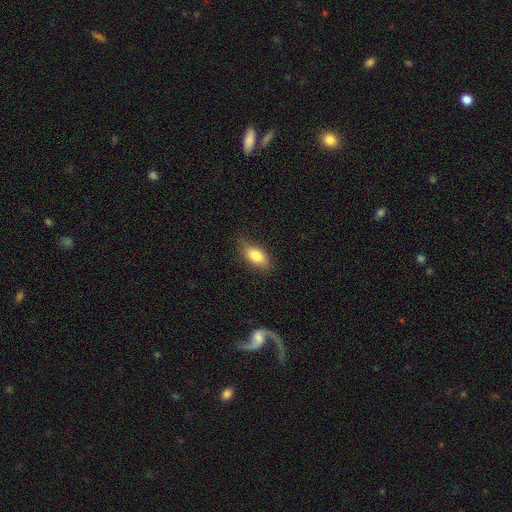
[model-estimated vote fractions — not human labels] Smooth or featured: smooth — 80% (featured or disk — 13%)
How rounded: in between — 84% (cigar-shaped — 11%)
Merging: none — 77% (minor disturbance — 18%)